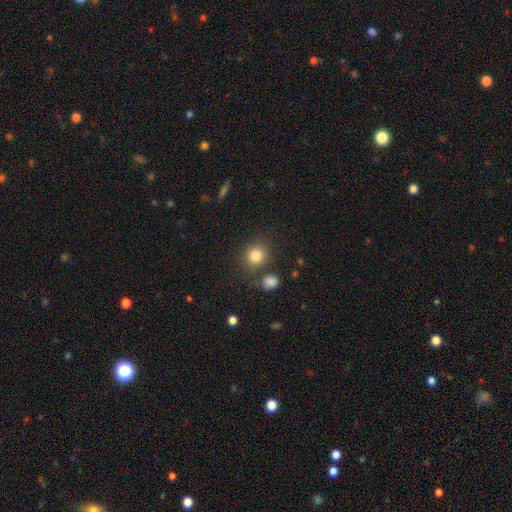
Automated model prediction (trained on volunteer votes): Smooth or featured? Predicted: smooth (p=0.83). How rounded? Predicted: round (p=0.82). Merging? Predicted: none (p=0.77).